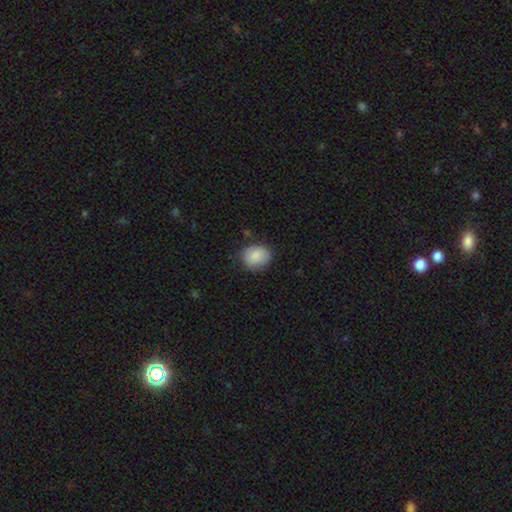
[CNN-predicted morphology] Smooth or featured?
  - smooth: 87% *
  - star or artifact: 7%
  - featured or disk: 6%
How rounded?
  - round: 58% *
  - in between: 42%
  - cigar-shaped: 1%
Merging?
  - none: 77% *
  - minor disturbance: 18%
  - major disturbance: 4%
  - merger: 1%